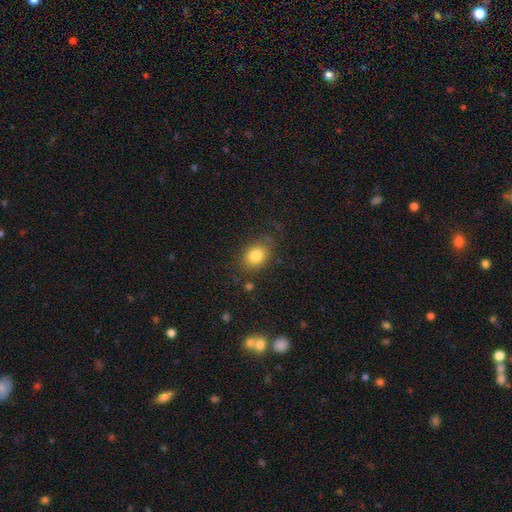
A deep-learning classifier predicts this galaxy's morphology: A smooth galaxy with no disk features (82%) that is in between round and cigar-shaped (61%).

Vote fractions:
- Smooth or featured? smooth: 82% / star or artifact: 10% / featured or disk: 9%
- How rounded? in between: 61% / round: 37% / cigar-shaped: 1%
- Merging? none: 74% / minor disturbance: 17% / major disturbance: 6% / merger: 3%